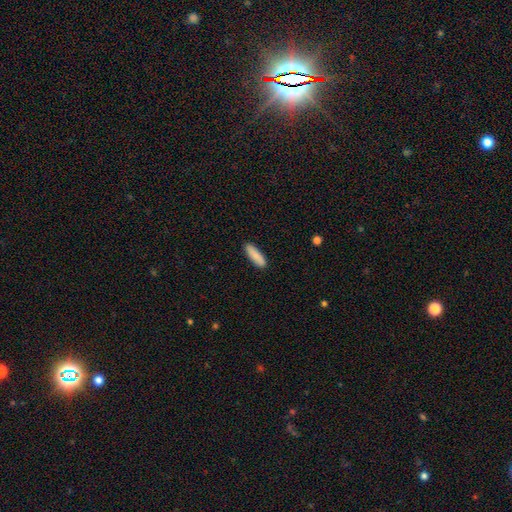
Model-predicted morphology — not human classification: Overall: smooth (88%). How rounded: cigar-shaped (62%; in between 37%). Merging: none (90%).